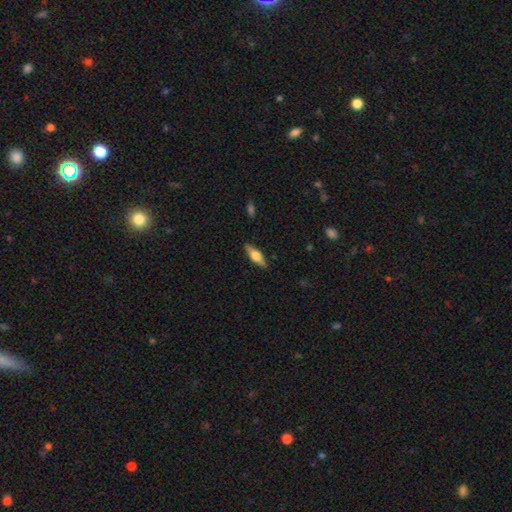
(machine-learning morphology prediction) A smooth galaxy with no disk features (47%). Merging: none (88%).